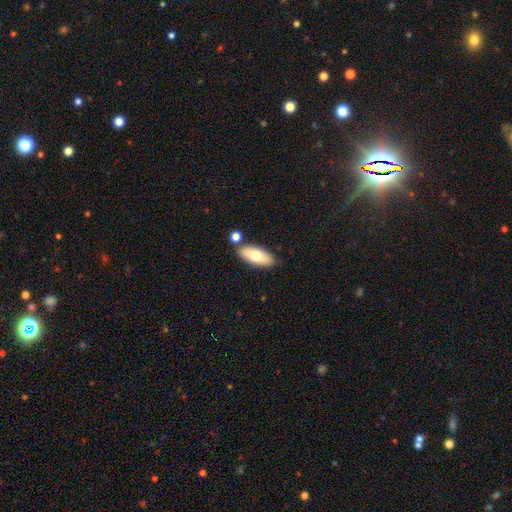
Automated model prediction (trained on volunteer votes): Morphology: type=smooth (70%); roundness=in between (84%); merging=none (78%).